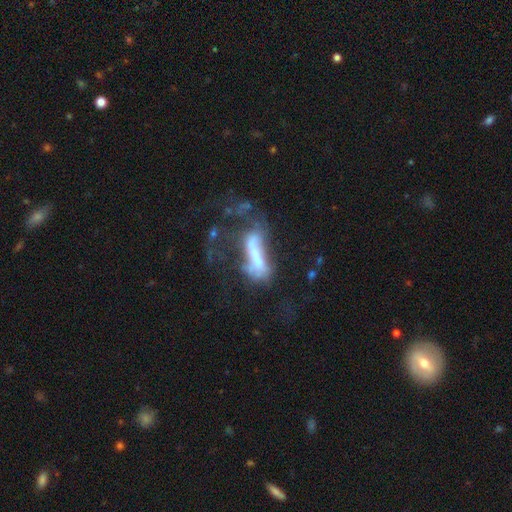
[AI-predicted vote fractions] smooth_or_featured: featured or disk (p=0.51) [alt: smooth p=0.36]
disk_edge_on: no (p=0.83) [alt: yes p=0.17]
merging: major disturbance (p=0.41) [alt: merger p=0.29]